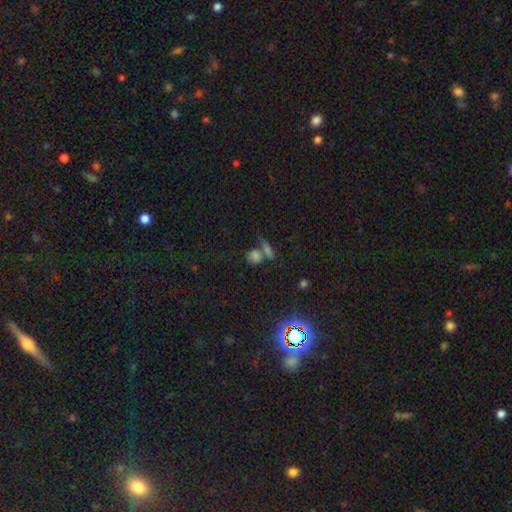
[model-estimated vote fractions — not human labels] Q: Smooth or featured?
A: smooth (66%); runner-up: star or artifact (21%)
Q: How rounded?
A: round (58%); runner-up: in between (35%)
Q: Merging?
A: none (45%); runner-up: merger (39%)